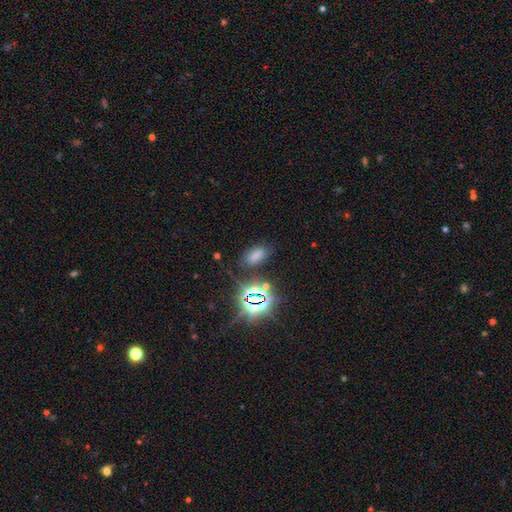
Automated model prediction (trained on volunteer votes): The model was most divided on "smooth or featured": smooth: 61%, star or artifact: 31%, featured or disk: 8%. More confident: how rounded — in between (90%); merging — none (79%).